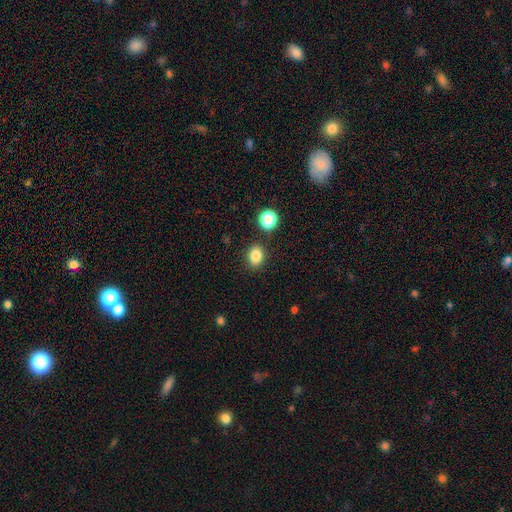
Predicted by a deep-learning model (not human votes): A smooth galaxy with no disk features (84%) that is in between round and cigar-shaped (59%). Merging: none (82%).